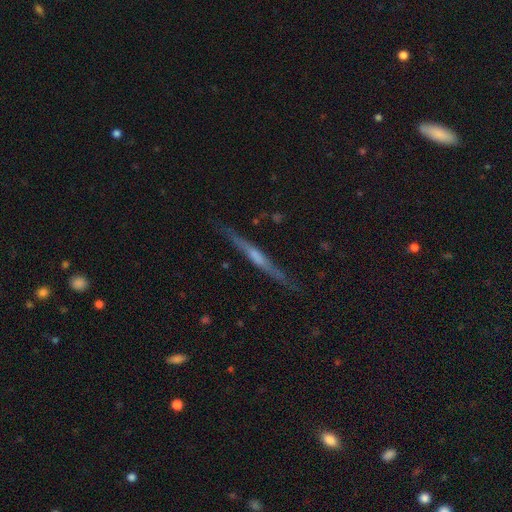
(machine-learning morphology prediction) This appears to be a featured or disk galaxy (68%) viewed edge-on (97%) with no central bulge (44%). Merging: none (86%).